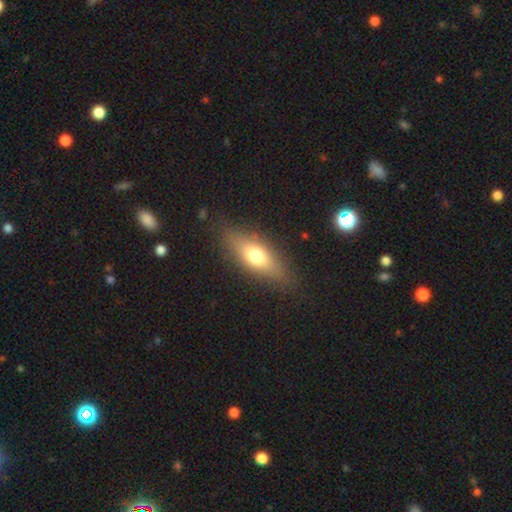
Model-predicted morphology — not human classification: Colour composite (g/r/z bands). It shows a smooth galaxy with no disk features (65%) that is in between round and cigar-shaped (68%). Merging: none (83%).